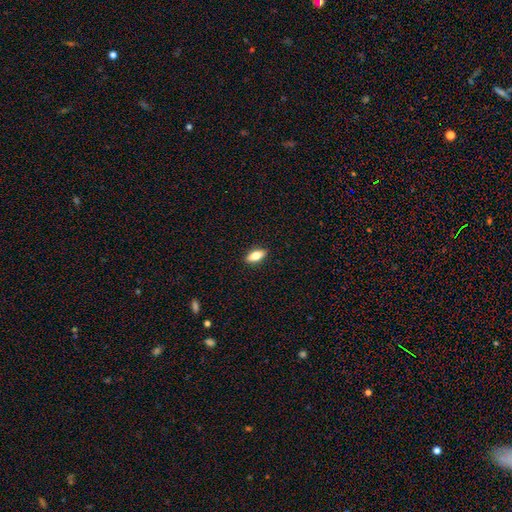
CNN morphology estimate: smooth_or_featured: smooth (p=0.72) [alt: featured or disk p=0.21]
how_rounded: in between (p=0.81) [alt: cigar-shaped p=0.15]
merging: none (p=0.89) [alt: minor disturbance p=0.08]